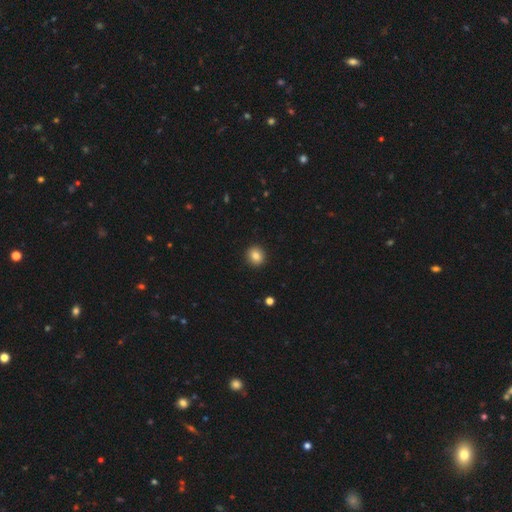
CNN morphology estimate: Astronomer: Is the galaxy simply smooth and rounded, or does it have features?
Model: smooth — 83%.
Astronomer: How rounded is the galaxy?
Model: round — 88%.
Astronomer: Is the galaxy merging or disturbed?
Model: none — 93%.